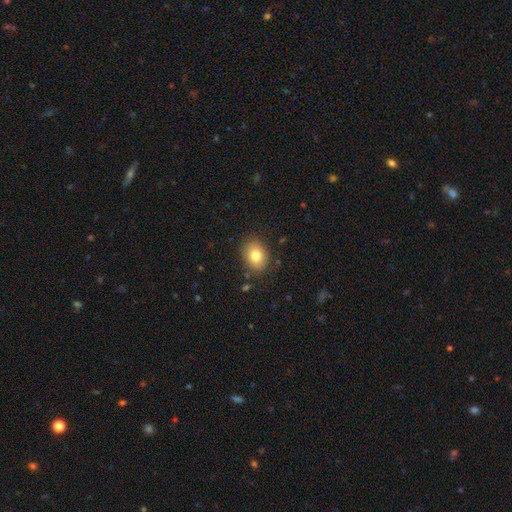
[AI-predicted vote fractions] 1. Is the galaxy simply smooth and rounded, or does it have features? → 80% smooth, 11% featured or disk, 9% star or artifact.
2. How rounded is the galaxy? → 57% in between, 42% round, 1% cigar-shaped.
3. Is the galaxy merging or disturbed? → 85% none, 11% minor disturbance, 3% major disturbance, 2% merger.